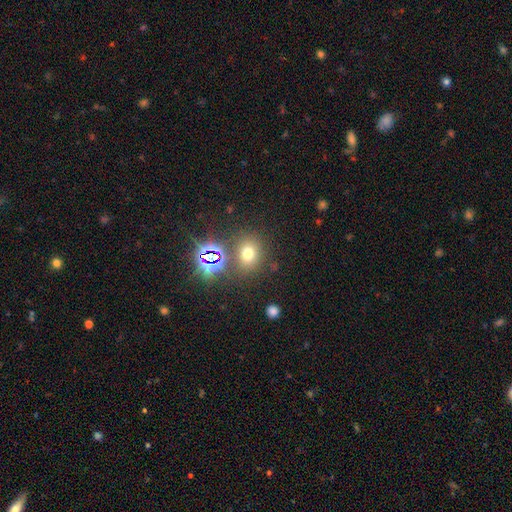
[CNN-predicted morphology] smooth_or_featured: smooth (p=0.49) [alt: star or artifact p=0.40]
merging: none (p=0.63) [alt: merger p=0.26]